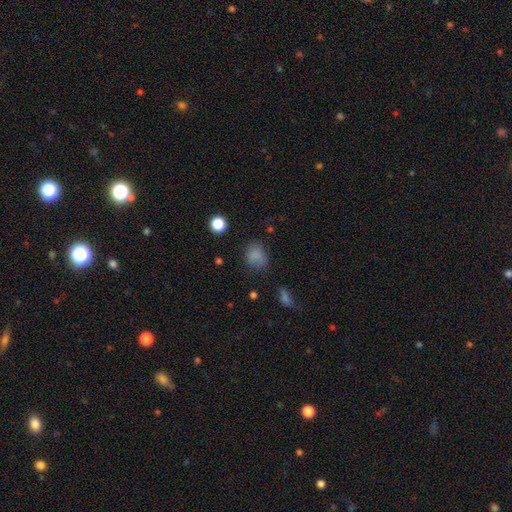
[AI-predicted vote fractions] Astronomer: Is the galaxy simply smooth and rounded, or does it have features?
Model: smooth — 80%.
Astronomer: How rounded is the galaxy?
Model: round — 56% (runner-up: in between, 43%).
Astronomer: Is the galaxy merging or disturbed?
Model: none — 67%.